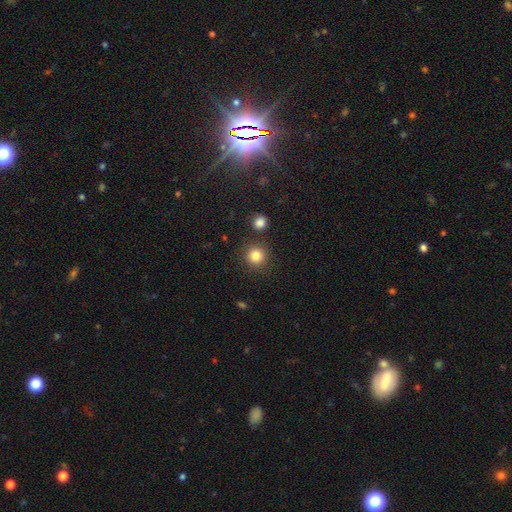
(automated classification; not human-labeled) This appears to be a smooth galaxy with no disk features (84%) that is round (93%). Merging: none (86%).